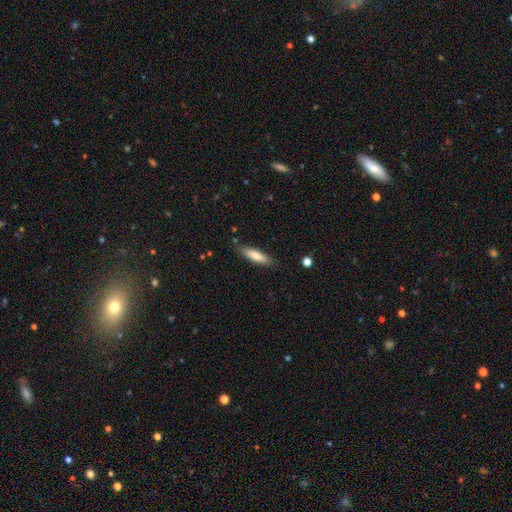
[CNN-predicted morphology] smooth-or-featured: smooth: 75% | featured or disk: 19% | star or artifact: 6%
  how-rounded: cigar-shaped: 75% | in between: 24% | round: 1%
  merging: none: 84% | minor disturbance: 12% | major disturbance: 2% | merger: 2%